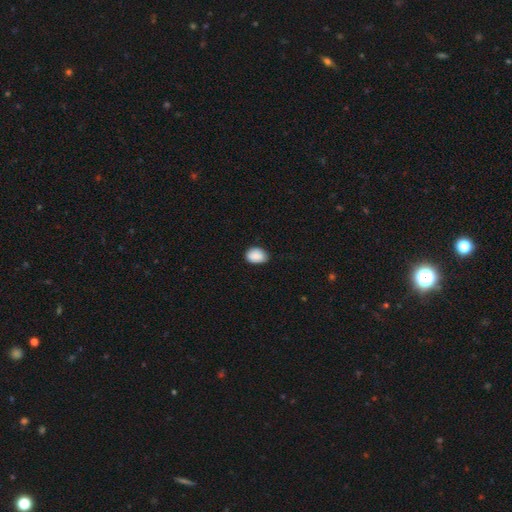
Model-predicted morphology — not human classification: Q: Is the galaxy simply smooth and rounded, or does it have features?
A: smooth — 89%.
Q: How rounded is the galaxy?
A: in between — 70%.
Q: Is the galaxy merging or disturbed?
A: none — 77%.